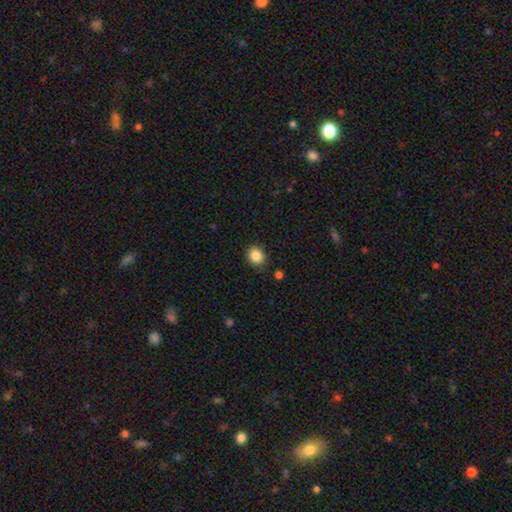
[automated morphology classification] smooth 86%, star or artifact 10%, featured or disk 4%. Down the decision tree: how rounded — round (69%); merging — none (87%).